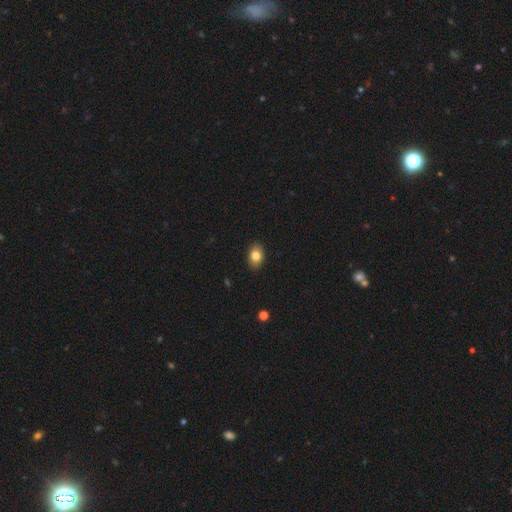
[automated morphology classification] This appears to be a smooth galaxy with no disk features (82%) that is in between round and cigar-shaped (81%). Merging: none (89%).